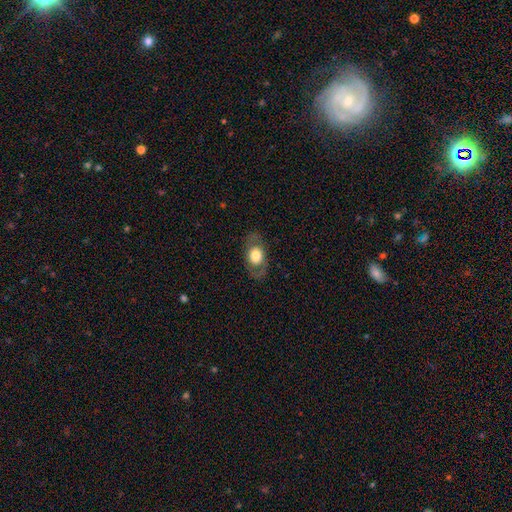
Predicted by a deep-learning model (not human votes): This is possibly a smooth galaxy (51%). How rounded: likely in between (70%). Merging: likely none (79%).